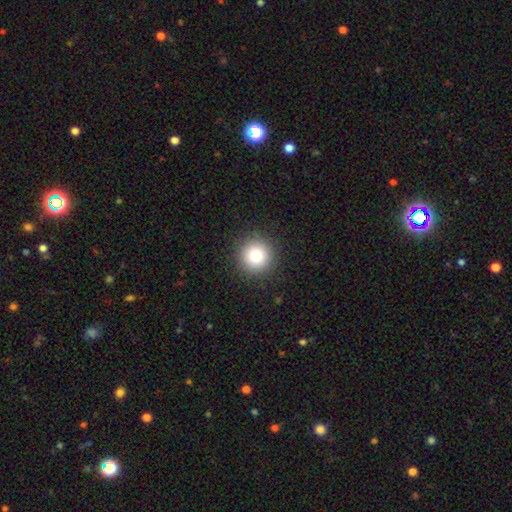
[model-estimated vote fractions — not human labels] Smooth or featured? Predicted: smooth (p=0.78). How rounded? Predicted: round (p=0.95). Merging? Predicted: none (p=0.91).